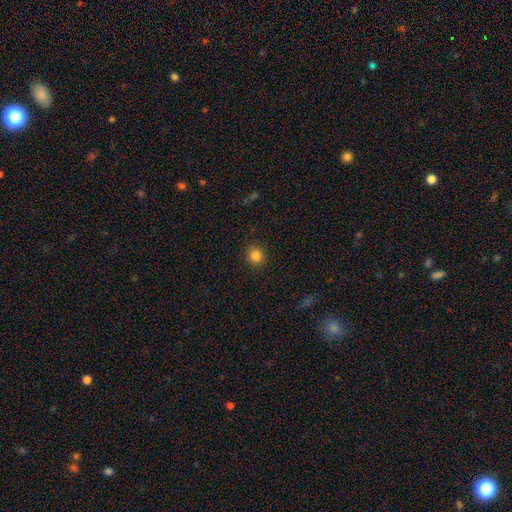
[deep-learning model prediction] The model was most divided on "smooth or featured": smooth: 84%, star or artifact: 12%, featured or disk: 4%. More confident: merging — none (90%); how rounded — round (86%).